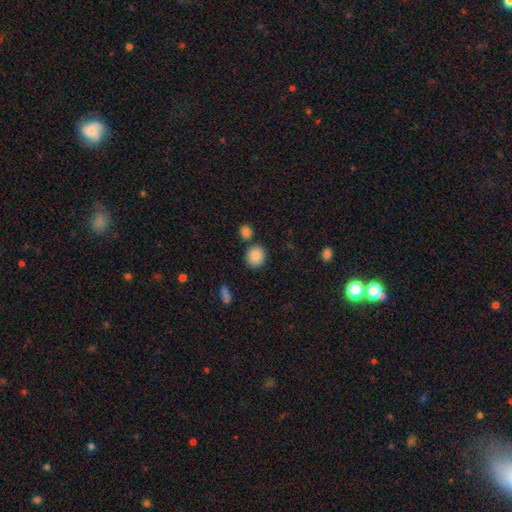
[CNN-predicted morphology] Smooth or featured?
  - smooth: 87% *
  - star or artifact: 9%
  - featured or disk: 4%
How rounded?
  - round: 79% *
  - in between: 20%
  - cigar-shaped: 1%
Merging?
  - none: 78% *
  - merger: 10%
  - minor disturbance: 9%
  - major disturbance: 3%